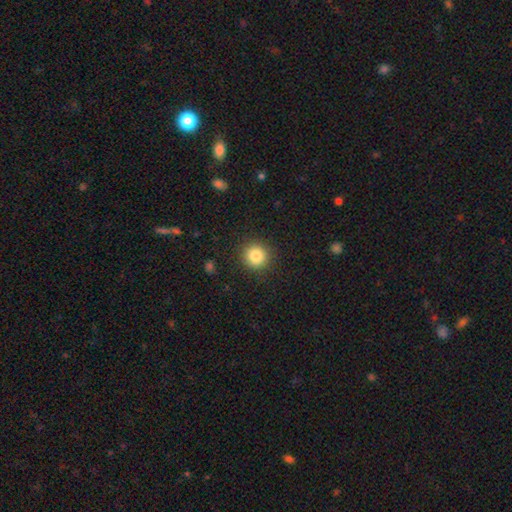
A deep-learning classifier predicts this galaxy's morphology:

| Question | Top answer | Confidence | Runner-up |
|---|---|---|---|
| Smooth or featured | smooth | 84% | star or artifact (11%) |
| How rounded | round | 94% | in between (5%) |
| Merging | none | 90% | minor disturbance (6%) |